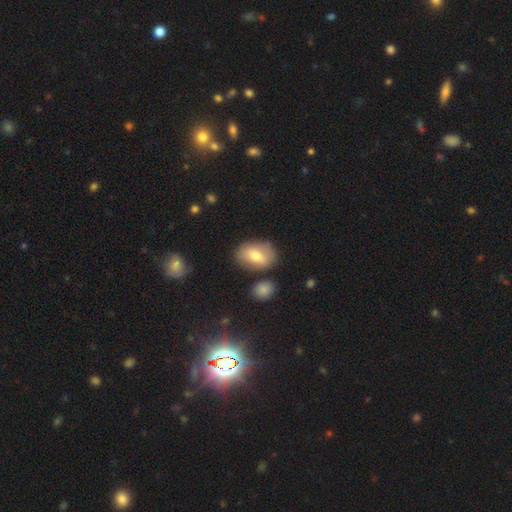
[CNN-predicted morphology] This appears to be a smooth galaxy with no disk features (68%) that is in between round and cigar-shaped (84%). Merging: none (74%).